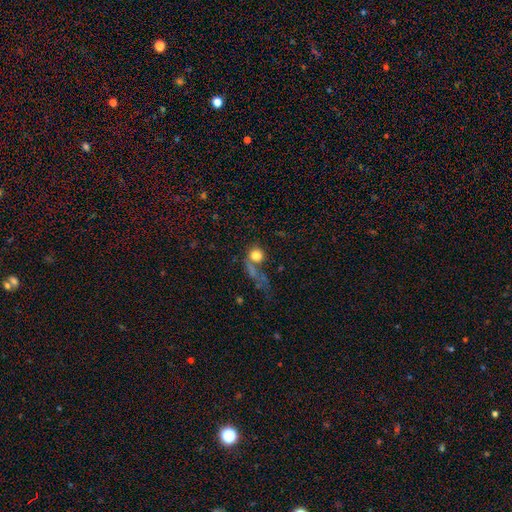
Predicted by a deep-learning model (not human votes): Q: Smooth or featured?
A: smooth (73%); runner-up: star or artifact (14%)
Q: How rounded?
A: round (81%); runner-up: in between (16%)
Q: Merging?
A: none (41%); runner-up: merger (24%)